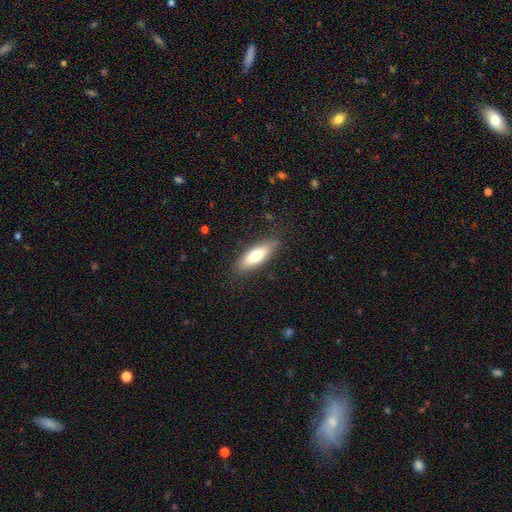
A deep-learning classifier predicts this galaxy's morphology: Smooth or featured? smooth (69%)
How rounded? in between (59%)
Merging? none (83%)